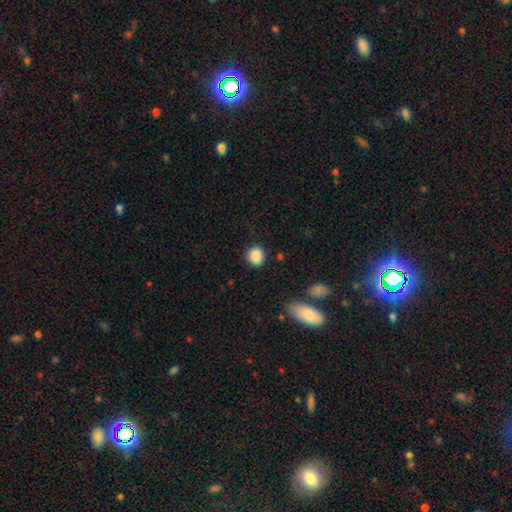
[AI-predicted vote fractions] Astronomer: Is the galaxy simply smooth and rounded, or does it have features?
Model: smooth — 88%.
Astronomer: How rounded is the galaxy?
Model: round — 89%.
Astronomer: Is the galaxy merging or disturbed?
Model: none — 87%.